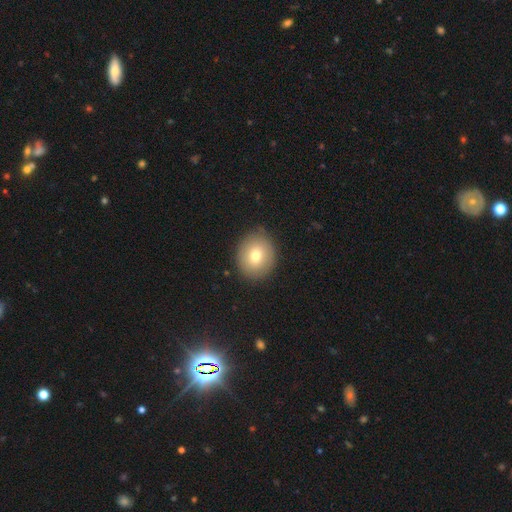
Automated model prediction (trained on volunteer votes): The model was most divided on "how rounded": round: 73%, in between: 26%, cigar-shaped: 1%. More confident: merging — none (86%); smooth or featured — smooth (74%).